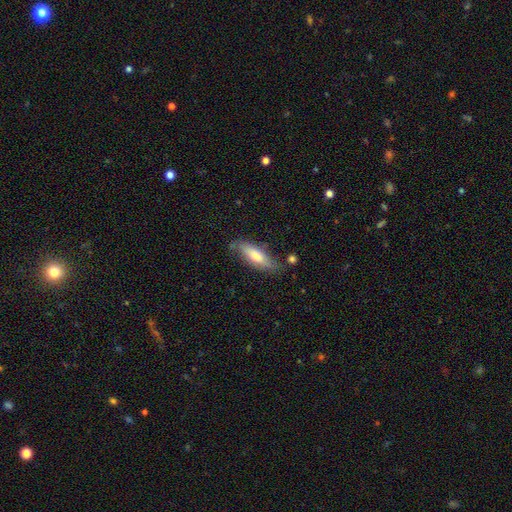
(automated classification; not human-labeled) Morphology: type=smooth (63%); roundness=cigar-shaped (50%); merging=none (69%).